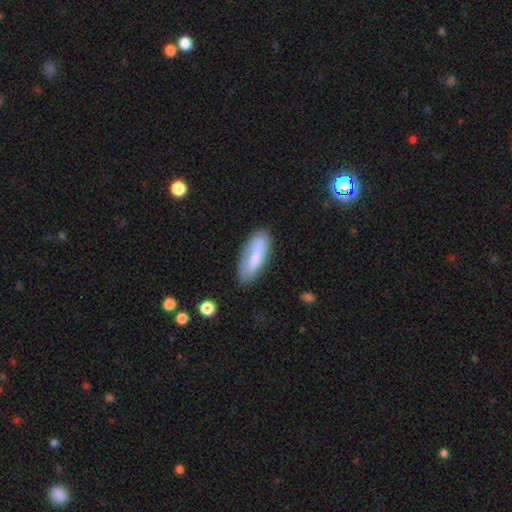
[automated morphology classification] The model was most divided on "how rounded": in between: 69%, cigar-shaped: 29%, round: 2%. More confident: smooth or featured — smooth (72%); merging — none (71%).